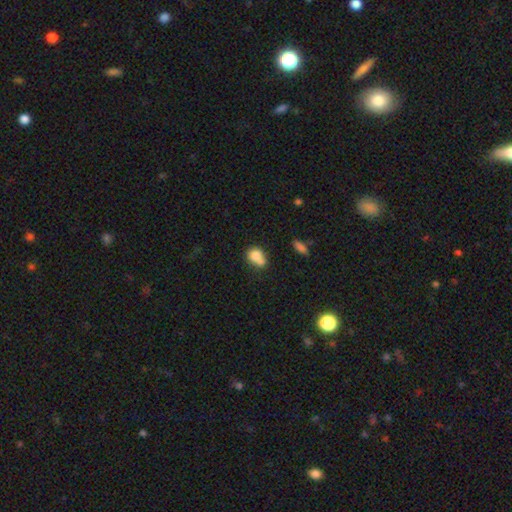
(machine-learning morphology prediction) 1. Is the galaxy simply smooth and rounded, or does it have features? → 75% smooth, 15% featured or disk, 10% star or artifact.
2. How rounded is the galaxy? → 58% round, 41% in between, 1% cigar-shaped.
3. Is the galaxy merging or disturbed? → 51% merger, 32% none, 12% minor disturbance, 5% major disturbance.